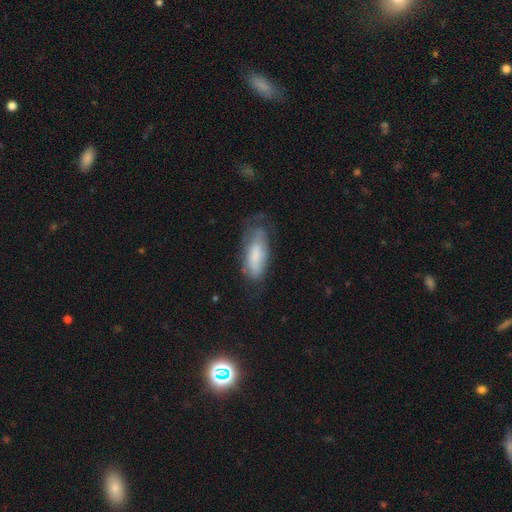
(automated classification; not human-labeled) The model was most divided on "merging": none: 48%, minor disturbance: 31%, major disturbance: 18%, merger: 2%. More confident: how rounded — in between (75%); smooth or featured — smooth (66%).